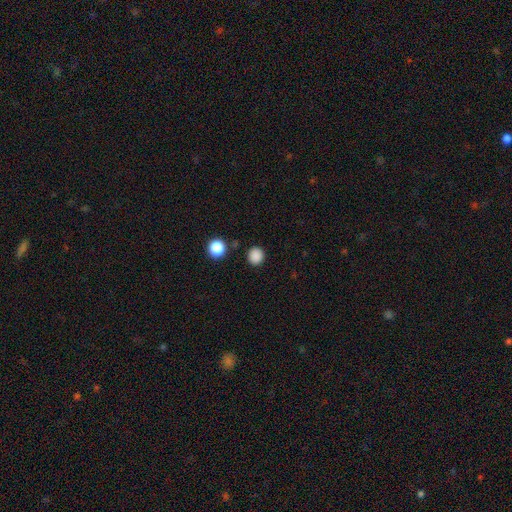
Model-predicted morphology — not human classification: type=smooth (86%); roundness=round (88%); merging=none (88%).